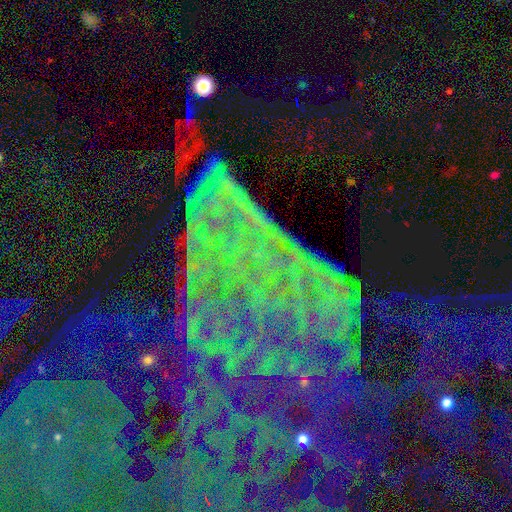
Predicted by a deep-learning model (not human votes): This appears to be a star or artifact, not a galaxy (78%).